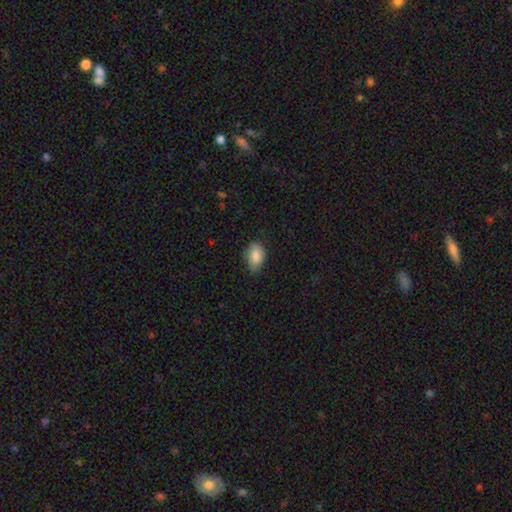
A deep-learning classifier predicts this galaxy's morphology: This is clearly a smooth galaxy (86%). How rounded: clearly in between (87%). Merging: likely none (70%).